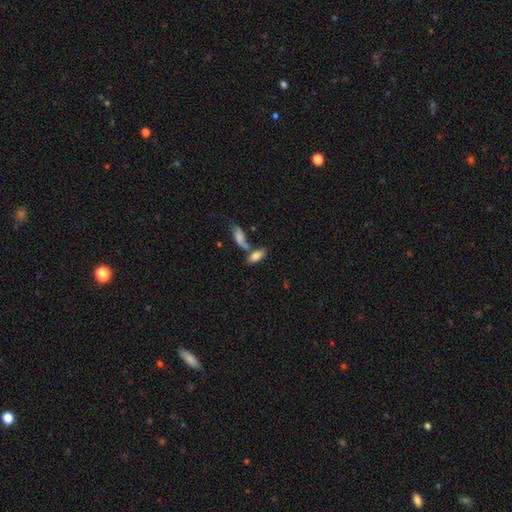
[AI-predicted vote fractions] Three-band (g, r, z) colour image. It shows a smooth galaxy with no disk features (79%) that is in between round and cigar-shaped (83%). Merging: merger (42%, tied with none).